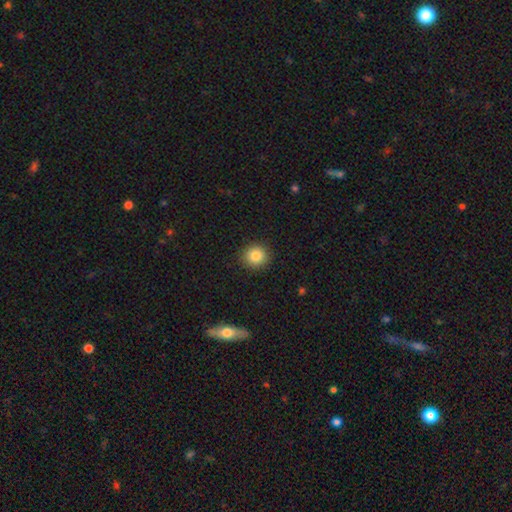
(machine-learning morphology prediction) Overall: smooth (85%). How rounded: round (89%). Merging: none (90%).